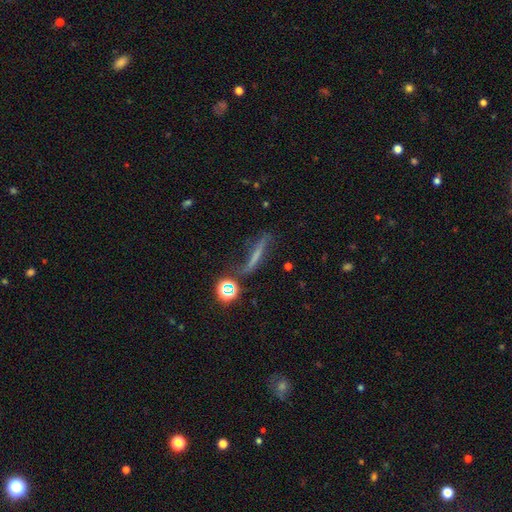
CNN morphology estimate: Smooth or featured?
  - smooth: 44% *
  - featured or disk: 38%
  - star or artifact: 18%
Merging?
  - none: 58% *
  - minor disturbance: 21%
  - major disturbance: 13%
  - merger: 8%